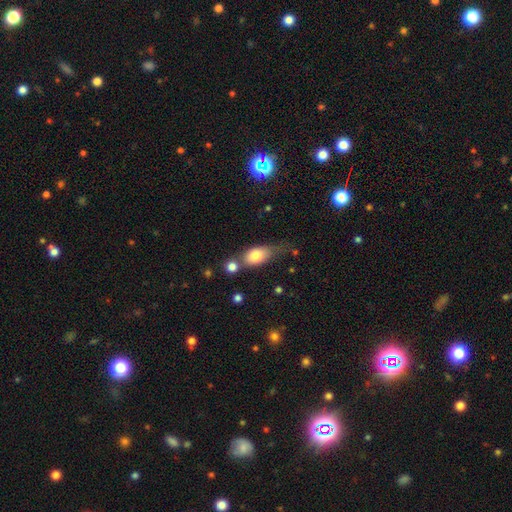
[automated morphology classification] Overall: smooth (77%). How rounded: in between (80%). Merging: none (38%; merger 26%).